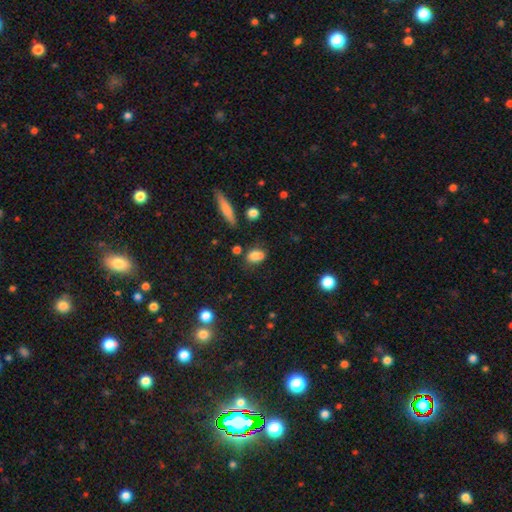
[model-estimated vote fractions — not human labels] A smooth galaxy with no disk features (78%) that is in between round and cigar-shaped (76%).

Vote fractions:
- Smooth or featured? smooth: 78% / star or artifact: 11% / featured or disk: 11%
- How rounded? in between: 76% / round: 19% / cigar-shaped: 5%
- Merging? none: 53% / minor disturbance: 23% / merger: 17% / major disturbance: 7%